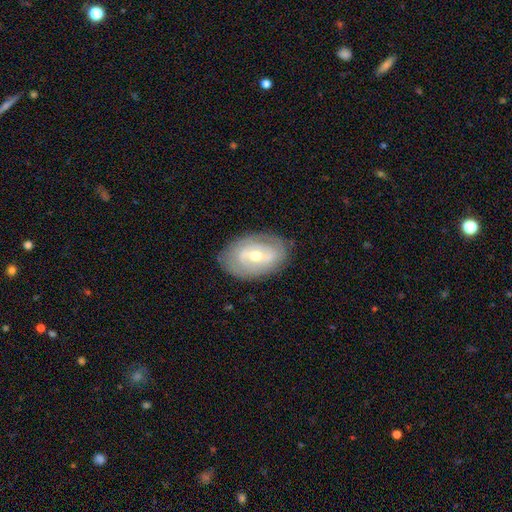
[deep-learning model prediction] A featured or disk galaxy (70%) with a weak bar (42%), spiral arms (62%) and a moderate central bulge (60%).

Vote fractions:
- Smooth or featured? featured or disk: 70% / smooth: 24% / star or artifact: 6%
- Edge-on disk? no: 94% / yes: 6%
- Bar? weak: 42% / no: 30% / strong: 28%
- Spiral arms? yes: 62% / no: 38%
- Bulge size? moderate: 60% / small: 35% / large: 3% / none: 1% / dominant: 1%
- Merging? none: 81% / minor disturbance: 13% / major disturbance: 4% / merger: 1%